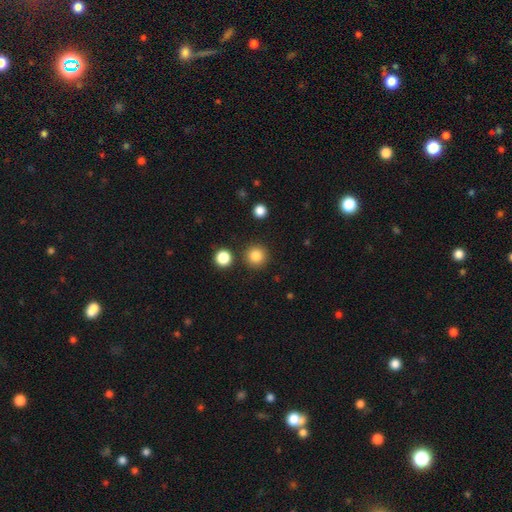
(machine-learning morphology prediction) Smooth or featured? Predicted: smooth (p=0.85). How rounded? Predicted: round (p=0.95). Merging? Predicted: none (p=0.89).